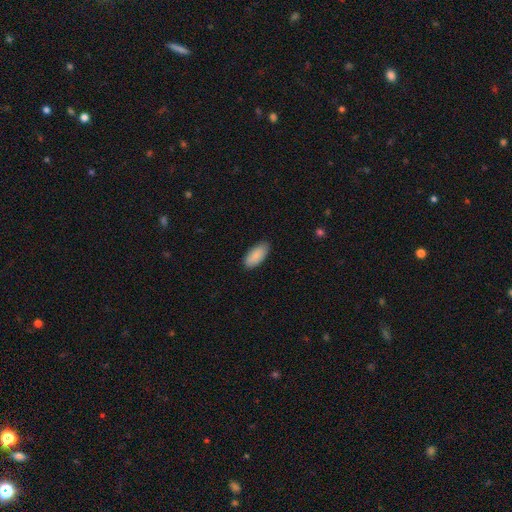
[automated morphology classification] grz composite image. It shows a smooth galaxy with no disk features (89%) that is in between round and cigar-shaped (90%). Merging: none (85%).